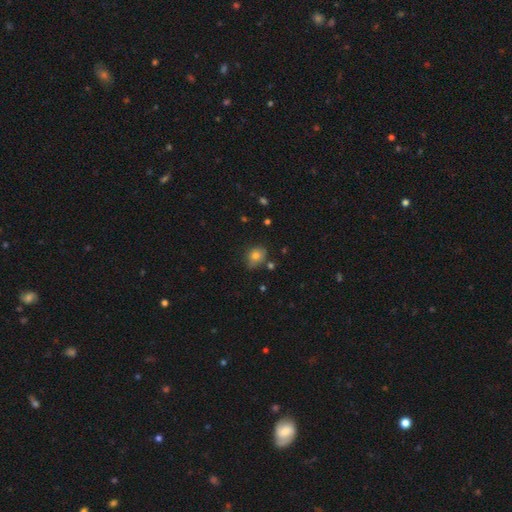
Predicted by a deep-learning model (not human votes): Smooth or featured? smooth (78%)
How rounded? round (59%)
Merging? none (65%)